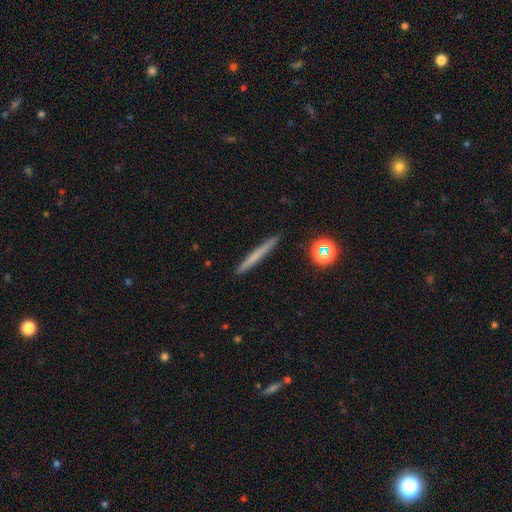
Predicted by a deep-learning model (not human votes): smooth-or-featured: smooth: 60% | featured or disk: 32% | star or artifact: 8%
  how-rounded: cigar-shaped: 96% | in between: 2% | round: 2%
  merging: none: 92% | minor disturbance: 5% | major disturbance: 1% | merger: 1%